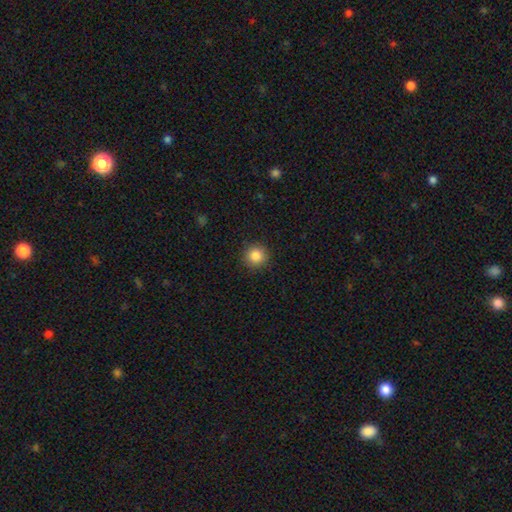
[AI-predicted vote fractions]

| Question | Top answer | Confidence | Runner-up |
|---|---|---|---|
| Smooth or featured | smooth | 86% | star or artifact (10%) |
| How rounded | round | 95% | in between (4%) |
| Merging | none | 92% | minor disturbance (5%) |